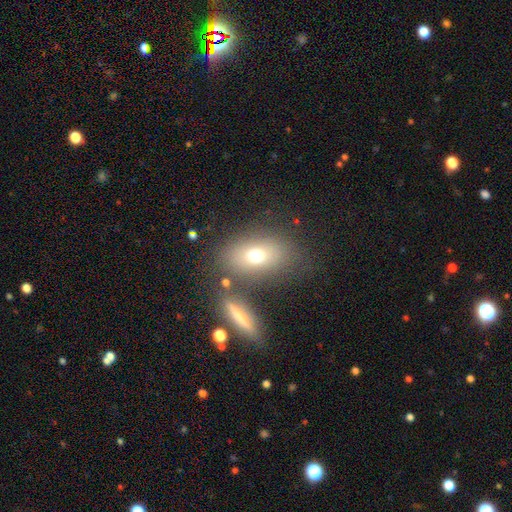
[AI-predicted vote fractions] Smooth or featured?
  - smooth: 68% *
  - featured or disk: 18%
  - star or artifact: 13%
How rounded?
  - in between: 77% *
  - round: 19%
  - cigar-shaped: 3%
Merging?
  - none: 69% *
  - minor disturbance: 13%
  - merger: 11%
  - major disturbance: 7%